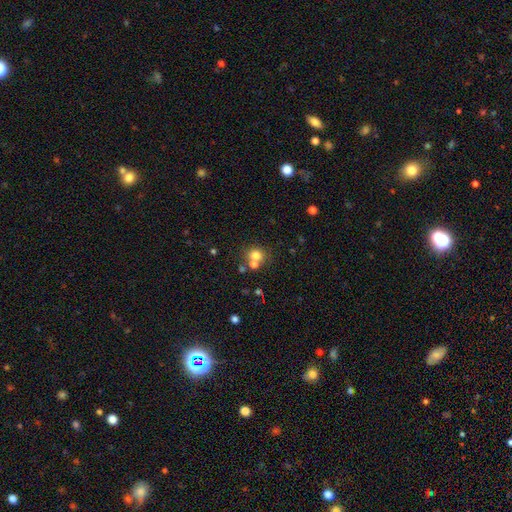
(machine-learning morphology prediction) smooth_or_featured: smooth (p=0.72) [alt: star or artifact p=0.15]
how_rounded: round (p=0.78) [alt: in between p=0.21]
merging: none (p=0.50) [alt: merger p=0.38]